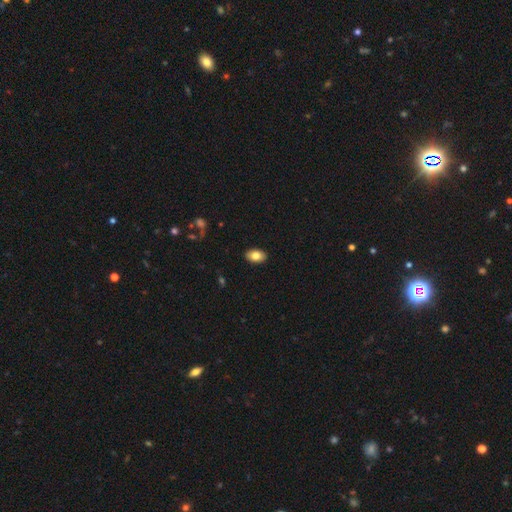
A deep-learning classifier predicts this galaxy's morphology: smooth_or_featured: smooth (p=0.82) [alt: featured or disk p=0.11]
how_rounded: in between (p=0.90) [alt: round p=0.08]
merging: none (p=0.90) [alt: minor disturbance p=0.07]